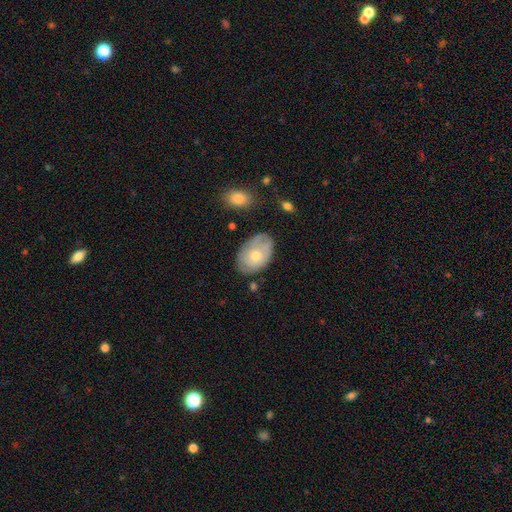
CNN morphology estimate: This is possibly a smooth galaxy (56%). How rounded: clearly in between (85%). Merging: likely none (68%).